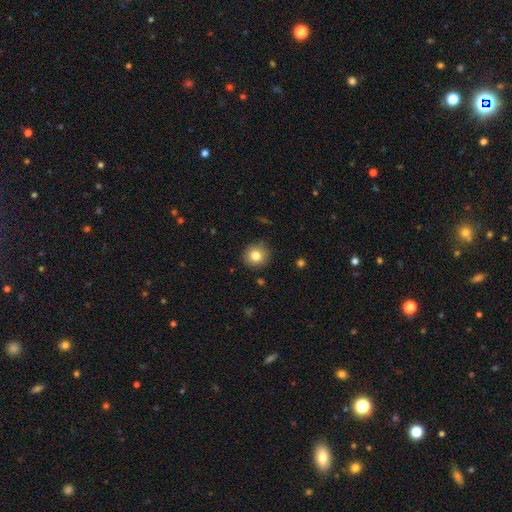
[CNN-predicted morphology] This is clearly a smooth galaxy (81%). How rounded: clearly round (91%). Merging: clearly none (89%).